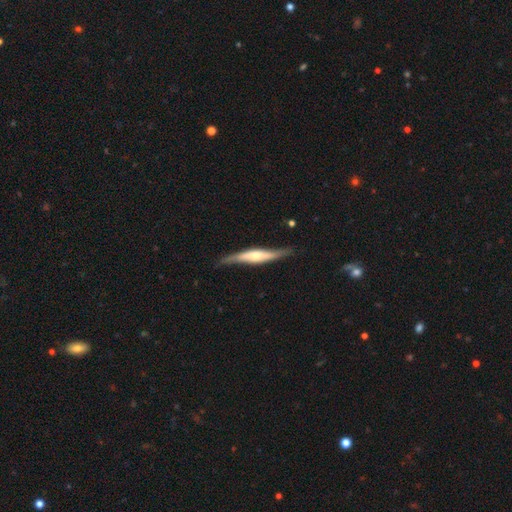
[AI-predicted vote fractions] Smooth or featured? featured or disk (67%)
Edge-on disk? yes (88%)
Edge-on bulge? rounded (77%)
Merging? none (78%)